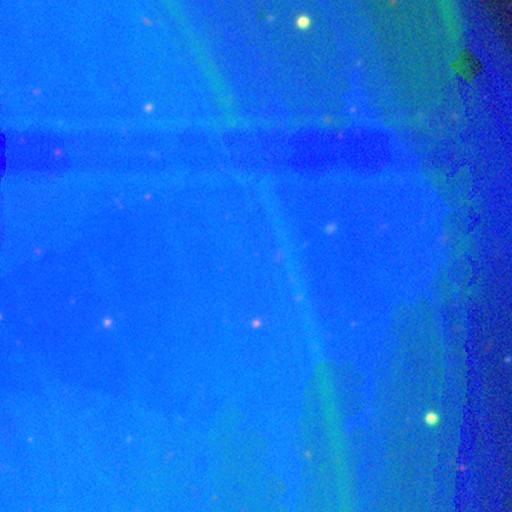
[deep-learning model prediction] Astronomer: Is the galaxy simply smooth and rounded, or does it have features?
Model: star or artifact — 82%.